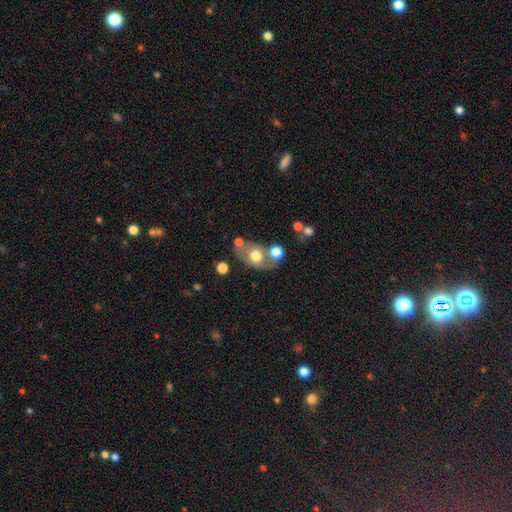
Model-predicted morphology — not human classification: This appears to be a smooth galaxy with no disk features (56%) that is in between round and cigar-shaped (75%). Merging: none (53%).